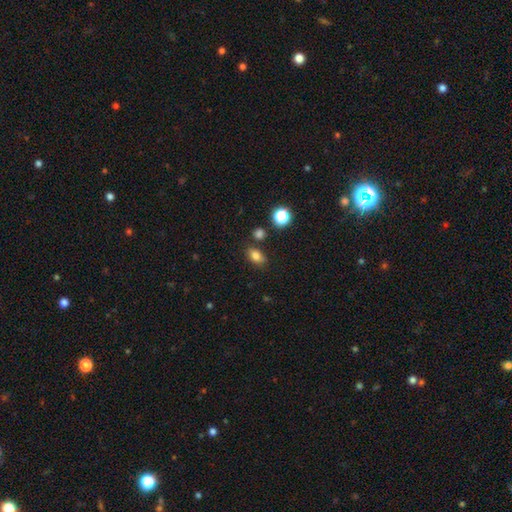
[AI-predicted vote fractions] This is likely a smooth galaxy (80%). How rounded: likely in between (80%). Merging: likely none (78%).